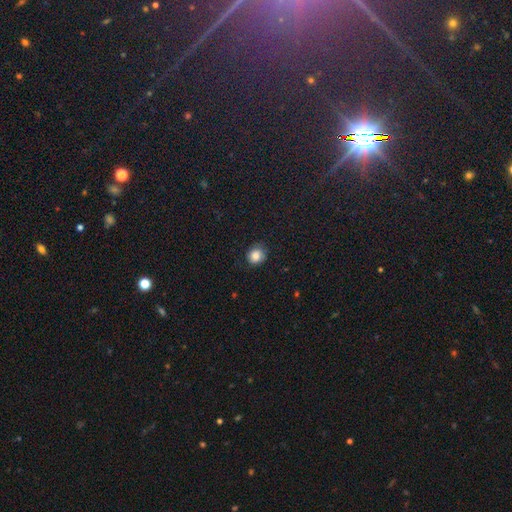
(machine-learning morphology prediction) smooth_or_featured: smooth (p=0.84) [alt: star or artifact p=0.10]
how_rounded: round (p=0.79) [alt: in between p=0.20]
merging: none (p=0.75) [alt: minor disturbance p=0.20]